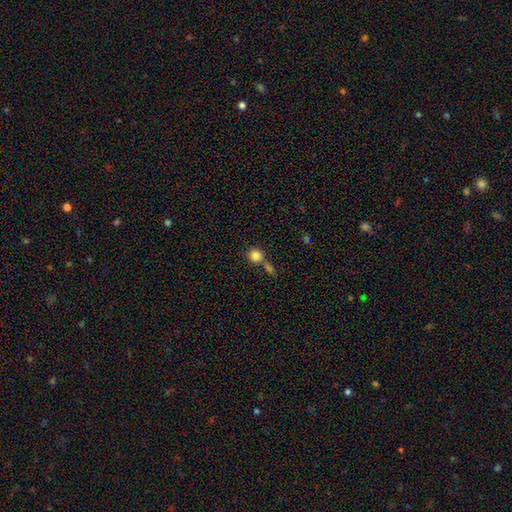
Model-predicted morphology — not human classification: Overall: smooth (84%). How rounded: round (88%). Merging: none (56%; merger 30%).